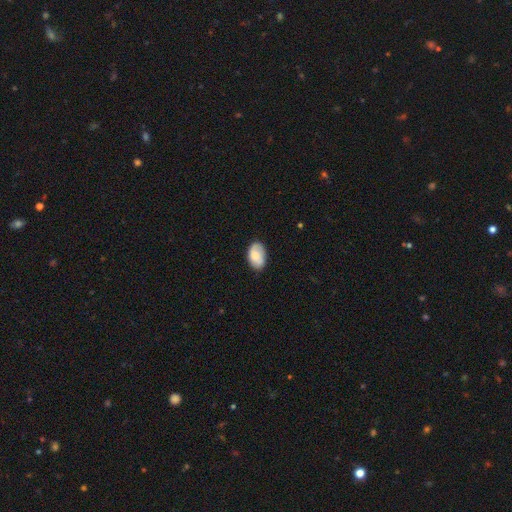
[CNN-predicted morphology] smooth 70%, featured or disk 24%, star or artifact 7%. Down the decision tree: how rounded — in between (90%); merging — none (72%).